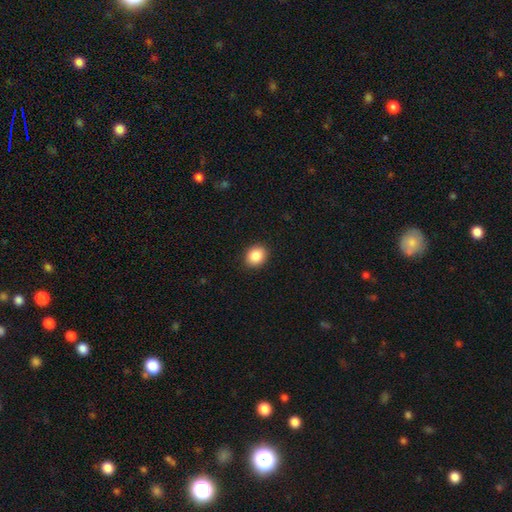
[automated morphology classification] smooth-or-featured: smooth: 87% | star or artifact: 9% | featured or disk: 4%
  how-rounded: round: 65% | in between: 34% | cigar-shaped: 1%
  merging: none: 91% | minor disturbance: 6% | major disturbance: 2% | merger: 1%